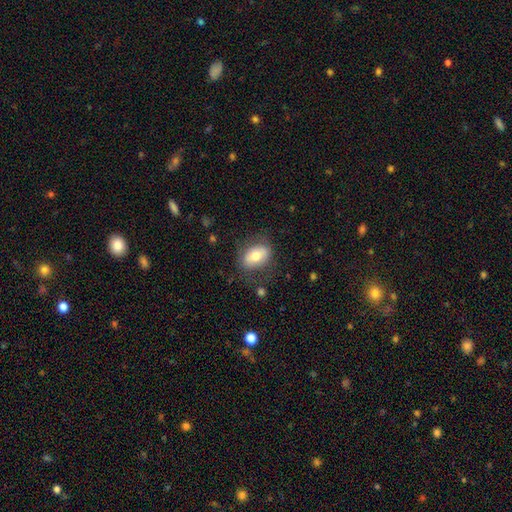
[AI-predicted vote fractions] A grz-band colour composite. It shows a smooth galaxy with no disk features (70%) that is in between round and cigar-shaped (82%). Merging: none (74%).